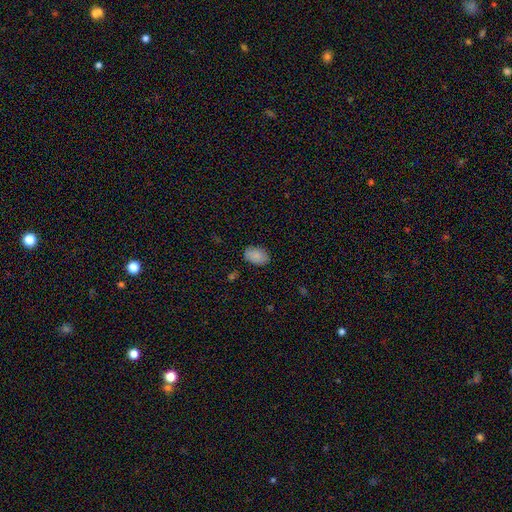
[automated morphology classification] Smooth or featured? Predicted: smooth (p=0.86). How rounded? Predicted: in between (p=0.89). Merging? Predicted: none (p=0.83).